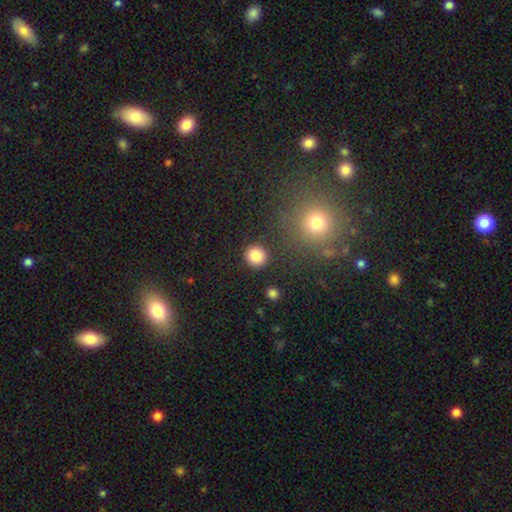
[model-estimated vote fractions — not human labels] This appears to be a smooth galaxy with no disk features (85%) that is round (91%). Merging: none (88%).